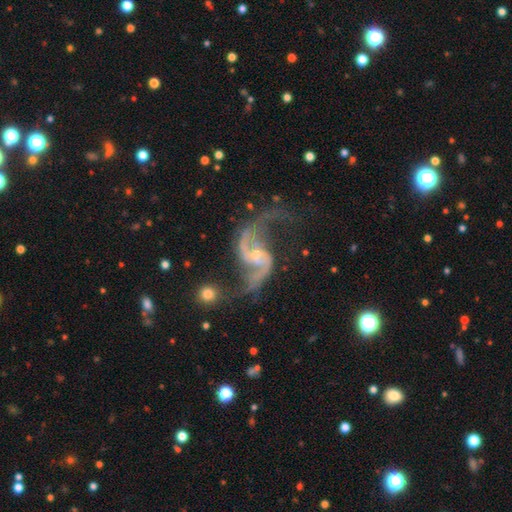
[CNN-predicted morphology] This is clearly a featured or disk galaxy (92%). It is clearly not viewed edge-on (98%). Bar: possibly weak (46%). Spiral arm pattern: clearly yes (97%). Spiral arm count: clearly 2 (93%). Spiral winding: likely loose (70%). Central bulge: likely small (63%). Merging: possibly none (52%).